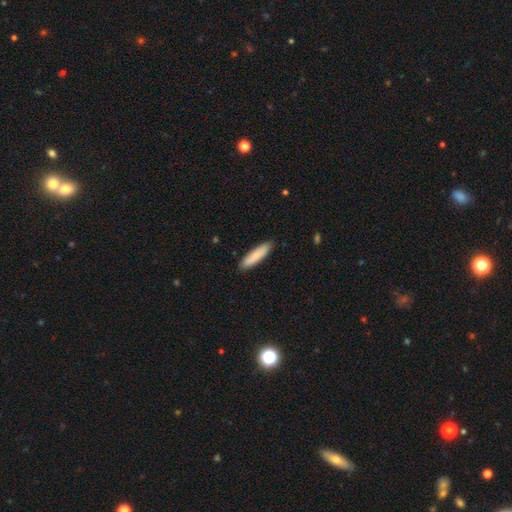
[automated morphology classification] Smooth or featured?
  - smooth: 83% *
  - featured or disk: 12%
  - star or artifact: 5%
How rounded?
  - cigar-shaped: 77% *
  - in between: 22%
  - round: 1%
Merging?
  - none: 89% *
  - minor disturbance: 8%
  - major disturbance: 1%
  - merger: 1%